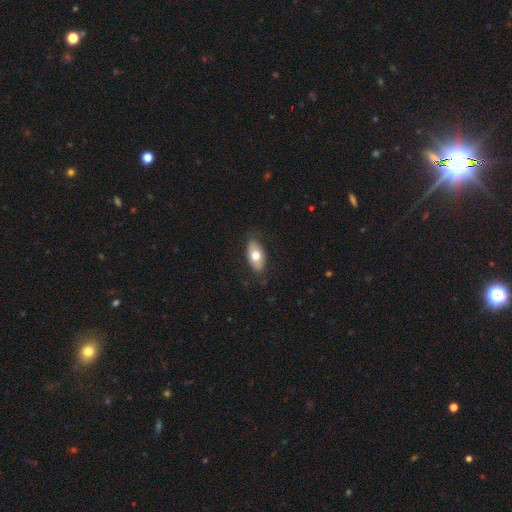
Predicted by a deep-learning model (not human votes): Q: Smooth or featured?
A: smooth (69%); runner-up: featured or disk (25%)
Q: How rounded?
A: in between (92%); runner-up: round (5%)
Q: Merging?
A: none (82%); runner-up: minor disturbance (14%)